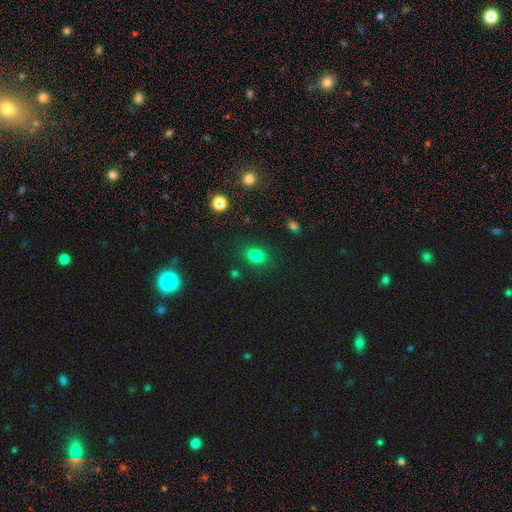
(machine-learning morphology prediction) type=smooth (78%); roundness=in between (68%); merging=none (84%).